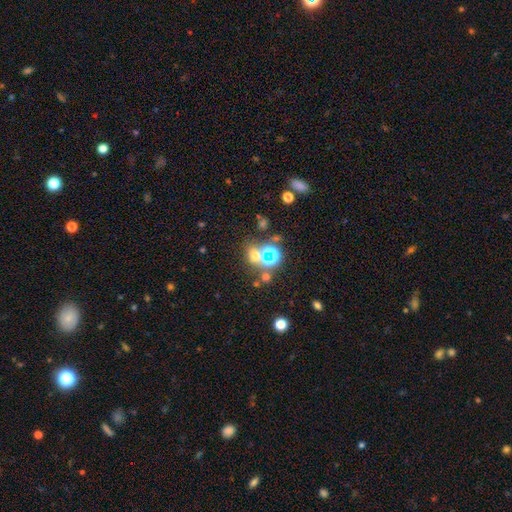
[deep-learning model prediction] Overall: smooth (44%, tied with star or artifact). Merging: none (60%; merger 24%).